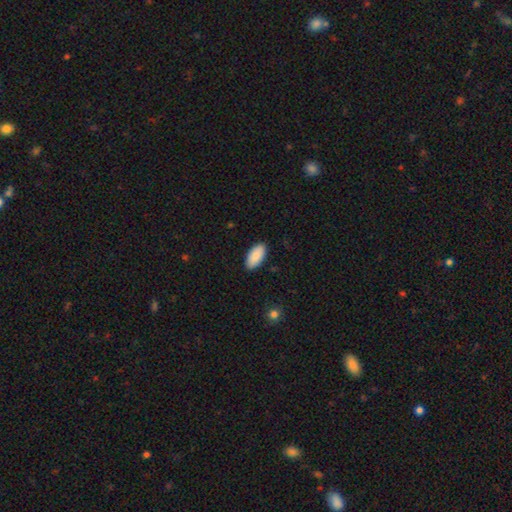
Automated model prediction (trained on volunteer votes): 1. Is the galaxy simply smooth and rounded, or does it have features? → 90% smooth, 6% star or artifact, 4% featured or disk.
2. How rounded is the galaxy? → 94% in between, 4% cigar-shaped, 2% round.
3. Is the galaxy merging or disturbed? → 89% none, 8% minor disturbance, 2% major disturbance, 1% merger.